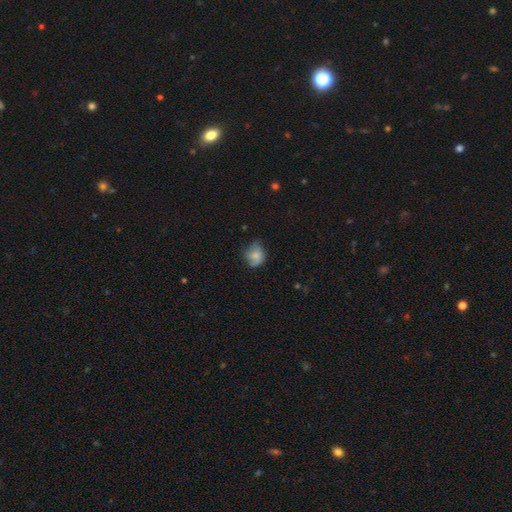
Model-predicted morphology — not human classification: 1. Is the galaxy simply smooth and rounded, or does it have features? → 66% smooth, 25% featured or disk, 9% star or artifact.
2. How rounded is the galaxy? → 65% round, 34% in between, 1% cigar-shaped.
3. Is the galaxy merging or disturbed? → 52% none, 36% minor disturbance, 11% major disturbance, 2% merger.